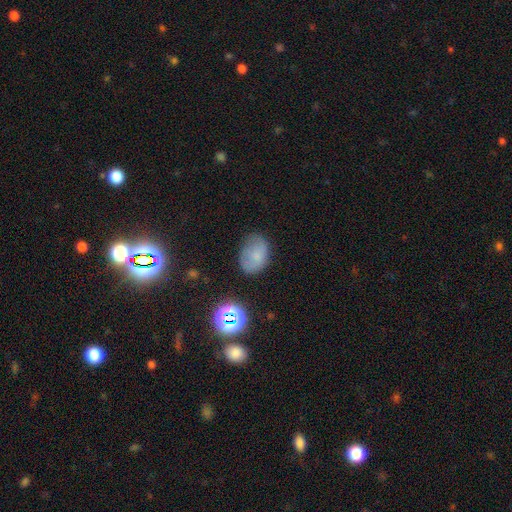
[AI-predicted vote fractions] Smooth or featured: smooth — 70% (featured or disk — 16%)
How rounded: in between — 76% (round — 23%)
Merging: none — 61% (minor disturbance — 28%)